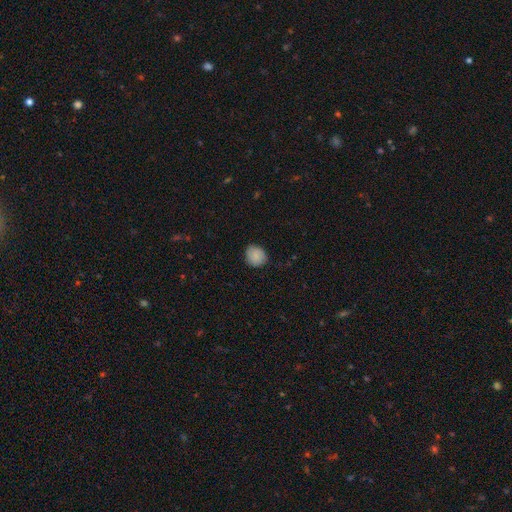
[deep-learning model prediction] Smooth or featured? smooth (84%)
How rounded? round (77%)
Merging? none (79%)